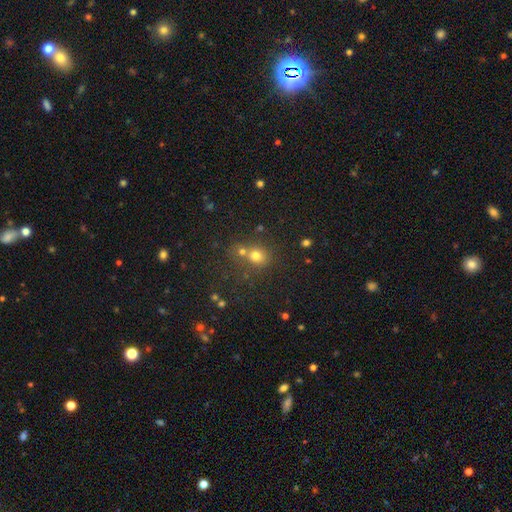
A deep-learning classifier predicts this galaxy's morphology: Smooth or featured?
  - smooth: 71% *
  - star or artifact: 19%
  - featured or disk: 10%
How rounded?
  - round: 76% *
  - in between: 23%
  - cigar-shaped: 1%
Merging?
  - none: 53% *
  - merger: 33%
  - minor disturbance: 10%
  - major disturbance: 4%